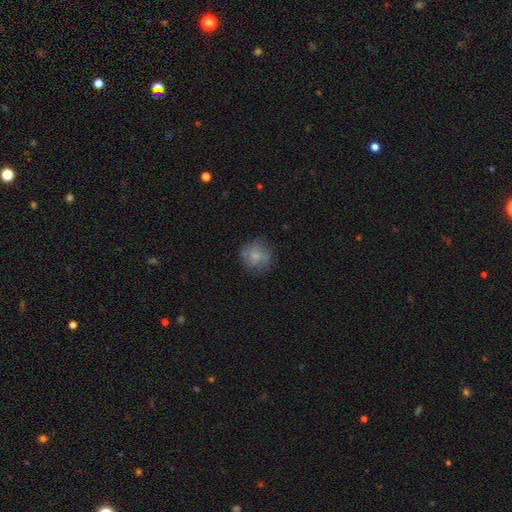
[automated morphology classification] Overall: smooth (64%; featured or disk 27%). How rounded: round (88%). Merging: none (73%).